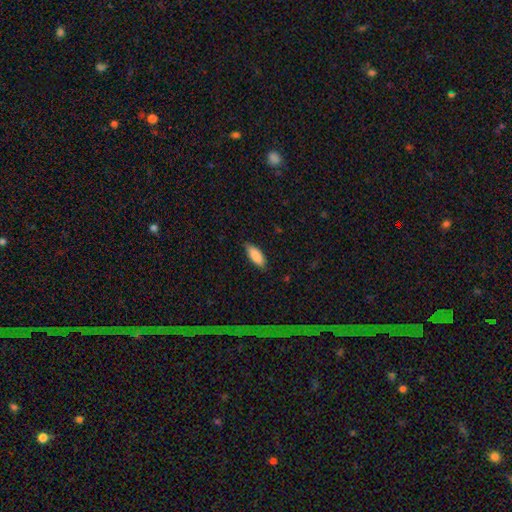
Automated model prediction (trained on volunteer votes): Overall: smooth (88%). How rounded: in between (77%). Merging: none (81%).